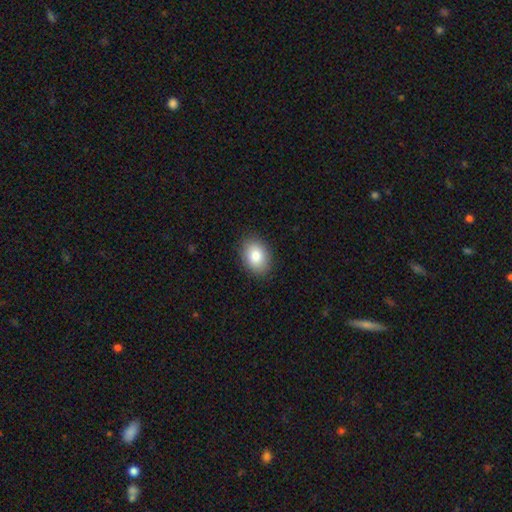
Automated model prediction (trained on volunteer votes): Q: Smooth or featured?
A: smooth (83%); runner-up: featured or disk (9%)
Q: How rounded?
A: in between (76%); runner-up: round (23%)
Q: Merging?
A: none (88%); runner-up: minor disturbance (9%)